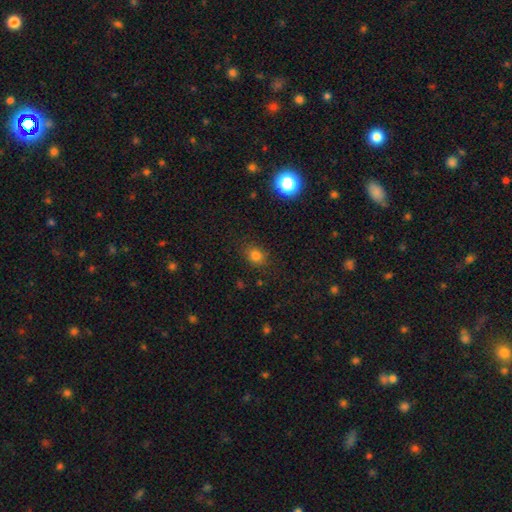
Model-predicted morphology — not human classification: Smooth or featured?
  - smooth: 78% *
  - star or artifact: 16%
  - featured or disk: 6%
How rounded?
  - round: 59% *
  - in between: 40%
  - cigar-shaped: 1%
Merging?
  - none: 83% *
  - minor disturbance: 12%
  - major disturbance: 4%
  - merger: 1%